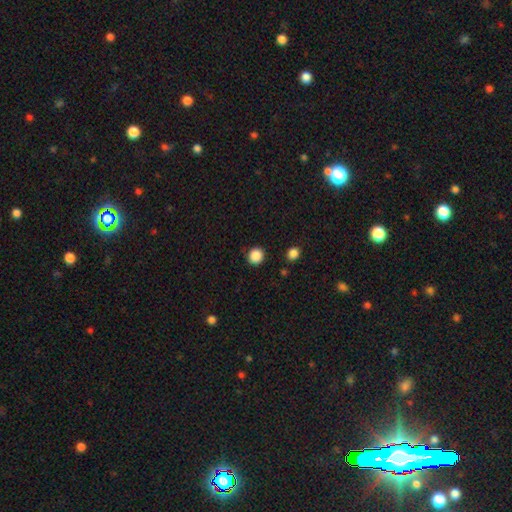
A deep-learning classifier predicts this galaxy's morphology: Smooth or featured?
  - smooth: 88% *
  - star or artifact: 10%
  - featured or disk: 2%
How rounded?
  - round: 90% *
  - in between: 9%
  - cigar-shaped: 1%
Merging?
  - none: 89% *
  - minor disturbance: 6%
  - major disturbance: 2%
  - merger: 2%